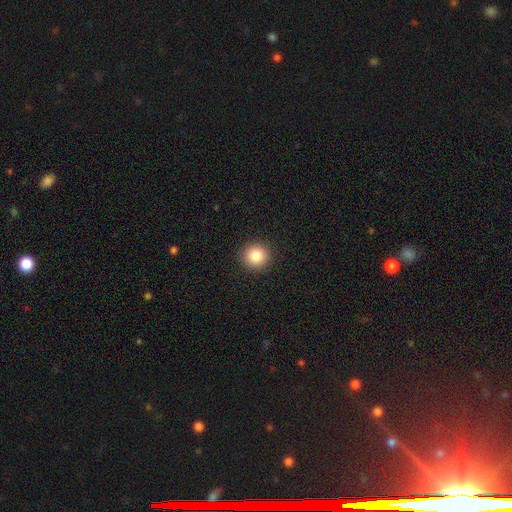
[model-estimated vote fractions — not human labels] Smooth or featured: smooth — 84% (star or artifact — 10%)
How rounded: round — 93% (in between — 6%)
Merging: none — 92% (minor disturbance — 5%)